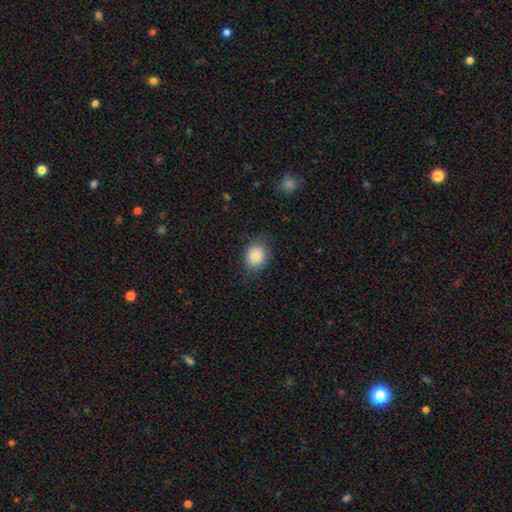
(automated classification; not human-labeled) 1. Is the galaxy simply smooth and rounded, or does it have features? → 86% smooth, 8% star or artifact, 6% featured or disk.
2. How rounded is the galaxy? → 58% round, 41% in between, 1% cigar-shaped.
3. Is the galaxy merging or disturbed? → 75% none, 18% minor disturbance, 6% major disturbance, 1% merger.